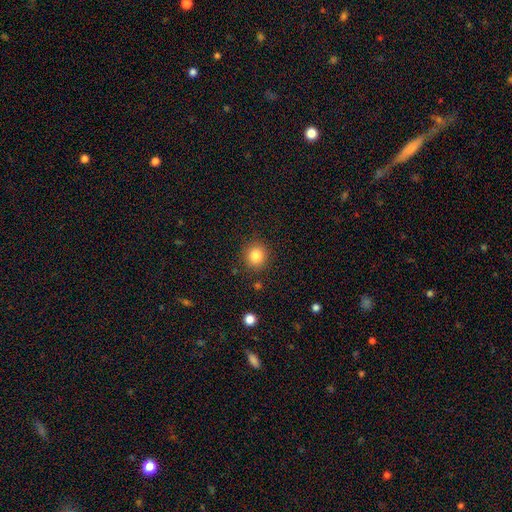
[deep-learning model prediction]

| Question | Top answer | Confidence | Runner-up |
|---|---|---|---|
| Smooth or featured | smooth | 84% | star or artifact (11%) |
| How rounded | round | 90% | in between (9%) |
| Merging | none | 88% | minor disturbance (7%) |